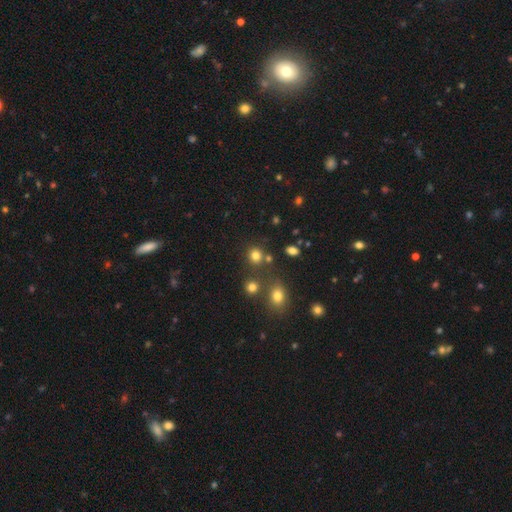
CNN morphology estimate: smooth-or-featured: smooth: 78% | star or artifact: 16% | featured or disk: 6%
  how-rounded: round: 84% | in between: 15% | cigar-shaped: 1%
  merging: none: 74% | merger: 13% | minor disturbance: 9% | major disturbance: 4%